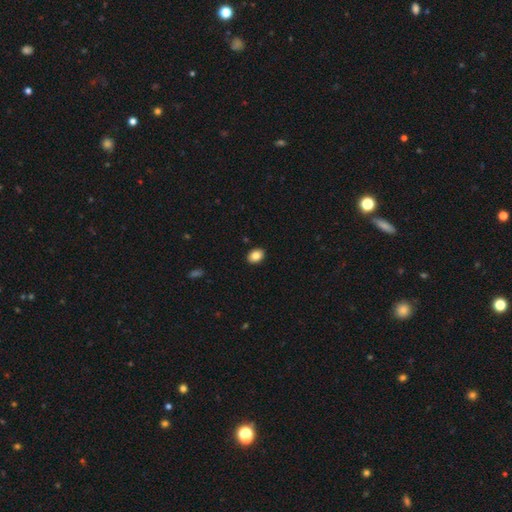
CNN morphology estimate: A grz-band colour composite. It shows a smooth galaxy with no disk features (85%) that is in between round and cigar-shaped (70%). Merging: none (90%).